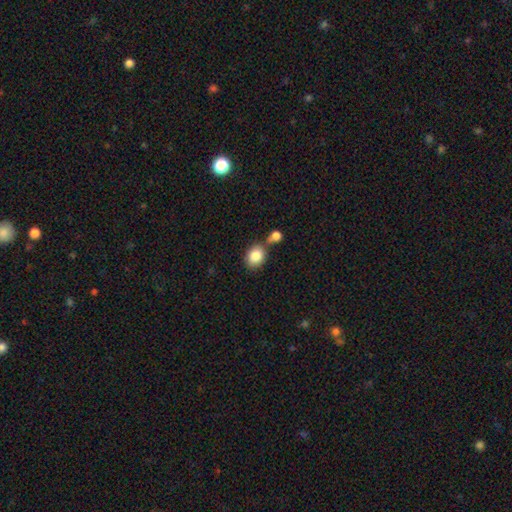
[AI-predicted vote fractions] Smooth or featured: smooth — 85% (star or artifact — 8%)
How rounded: in between — 51% (round — 48%)
Merging: none — 53% (merger — 31%)